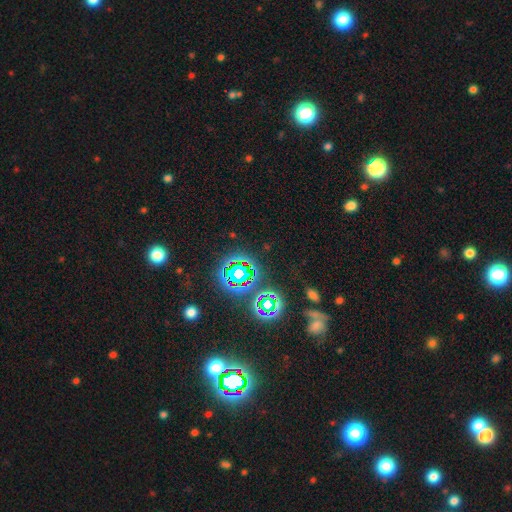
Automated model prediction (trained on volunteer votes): Smooth or featured? Predicted: star or artifact (p=0.78).